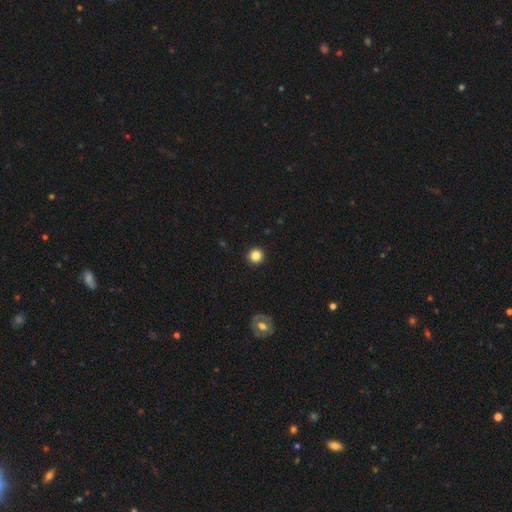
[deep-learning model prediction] The model was most divided on "smooth or featured": smooth: 85%, star or artifact: 11%, featured or disk: 5%. More confident: how rounded — round (96%); merging — none (94%).